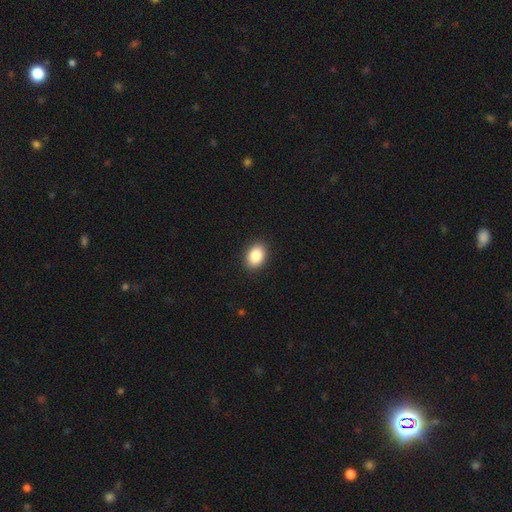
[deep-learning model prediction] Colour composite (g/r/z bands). It shows a smooth galaxy with no disk features (87%) that is in between round and cigar-shaped (78%). Merging: none (90%).